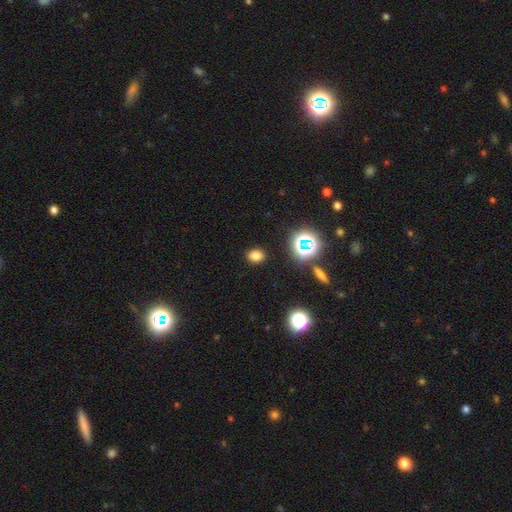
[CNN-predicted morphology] Smooth or featured? Predicted: smooth (p=0.75). How rounded? Predicted: in between (p=0.55). Merging? Predicted: none (p=0.89).